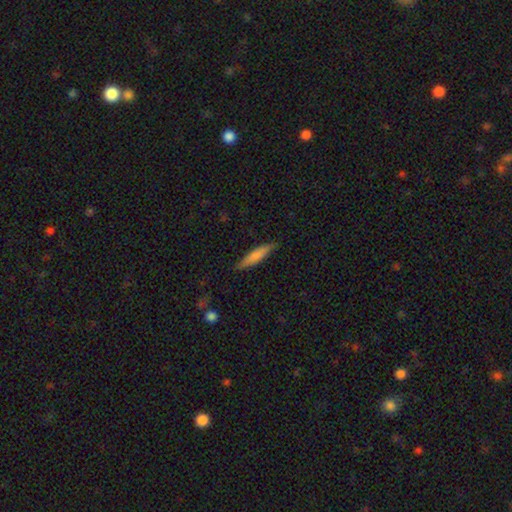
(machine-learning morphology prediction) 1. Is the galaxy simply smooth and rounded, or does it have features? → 75% smooth, 19% featured or disk, 6% star or artifact.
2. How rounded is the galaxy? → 83% cigar-shaped, 16% in between, 1% round.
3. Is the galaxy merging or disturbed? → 84% none, 13% minor disturbance, 2% major disturbance, 1% merger.